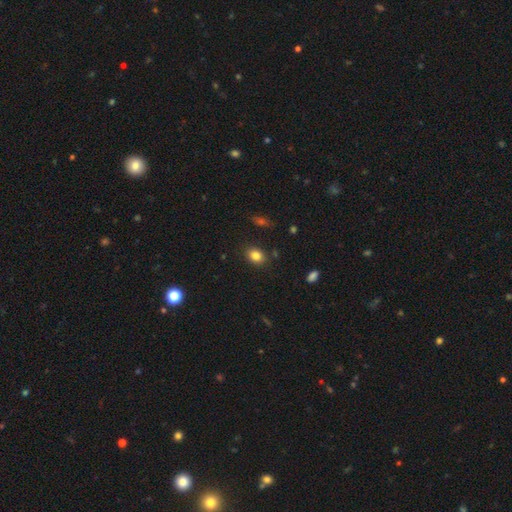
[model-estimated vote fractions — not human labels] Overall: smooth (83%). How rounded: in between (63%; round 36%). Merging: none (85%).